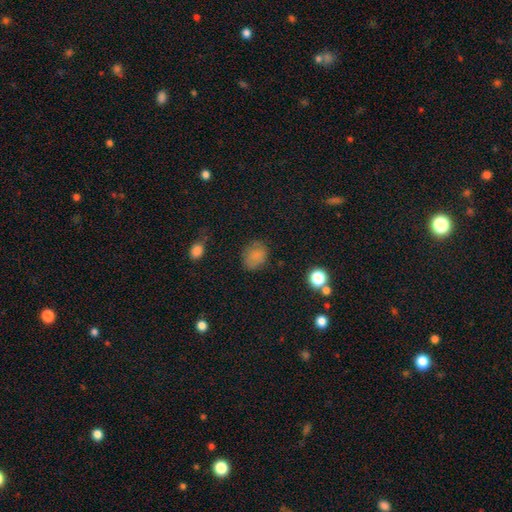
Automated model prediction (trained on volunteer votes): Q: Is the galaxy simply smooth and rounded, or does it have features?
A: smooth — 79%.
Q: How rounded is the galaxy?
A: in between — 51%.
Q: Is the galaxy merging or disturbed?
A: none — 72%.